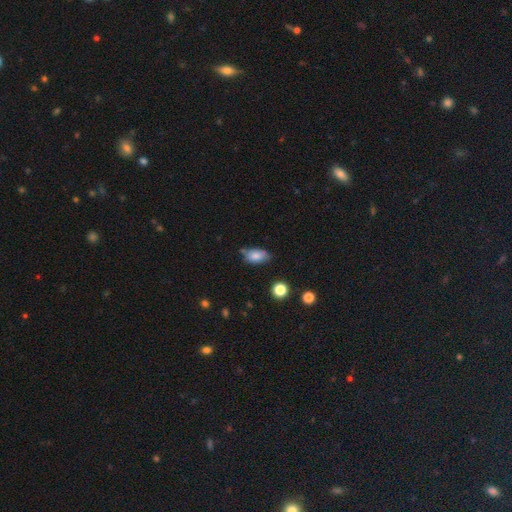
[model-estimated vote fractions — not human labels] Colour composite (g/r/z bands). It shows a smooth galaxy with no disk features (81%) that is in between round and cigar-shaped (91%). Merging: none (61%).